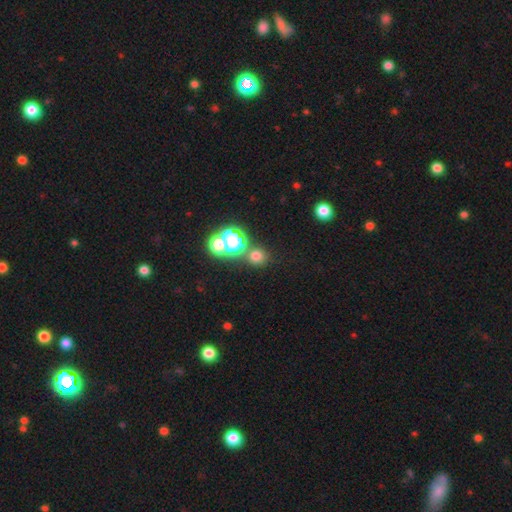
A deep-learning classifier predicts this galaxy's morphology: smooth_or_featured: smooth (p=0.64) [alt: star or artifact p=0.28]
how_rounded: round (p=0.88) [alt: in between p=0.11]
merging: none (p=0.71) [alt: merger p=0.17]